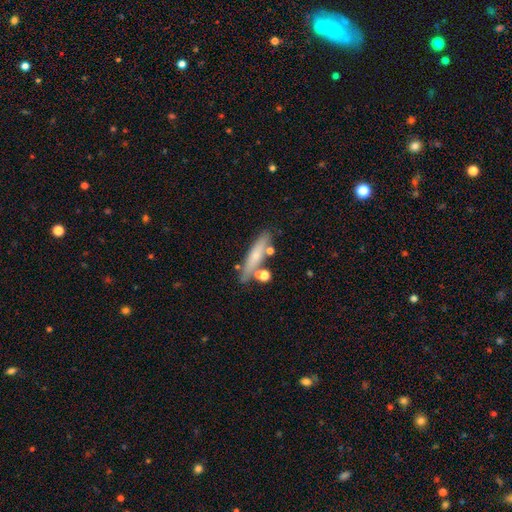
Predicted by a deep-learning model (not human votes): Smooth or featured?
  - smooth: 57% *
  - featured or disk: 36%
  - star or artifact: 8%
How rounded?
  - cigar-shaped: 79% *
  - in between: 18%
  - round: 3%
Merging?
  - none: 69% *
  - minor disturbance: 15%
  - merger: 12%
  - major disturbance: 4%